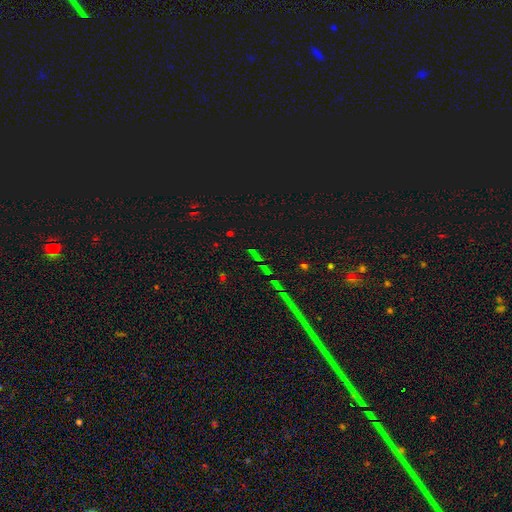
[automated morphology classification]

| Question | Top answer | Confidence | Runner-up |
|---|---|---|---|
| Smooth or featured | star or artifact | 86% | smooth (7%) |